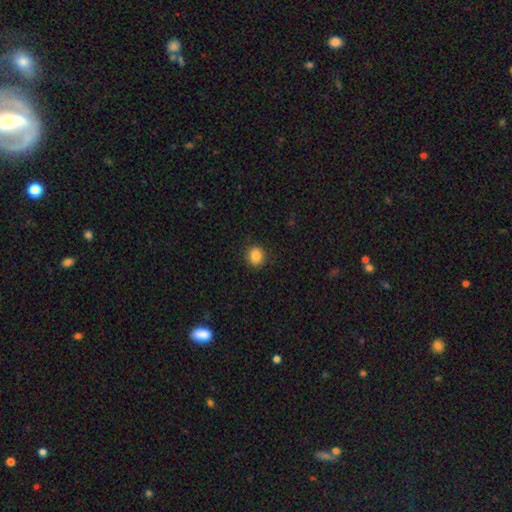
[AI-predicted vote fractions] The model was most divided on "how rounded": round: 84%, in between: 15%, cigar-shaped: 1%. More confident: merging — none (90%); smooth or featured — smooth (86%).